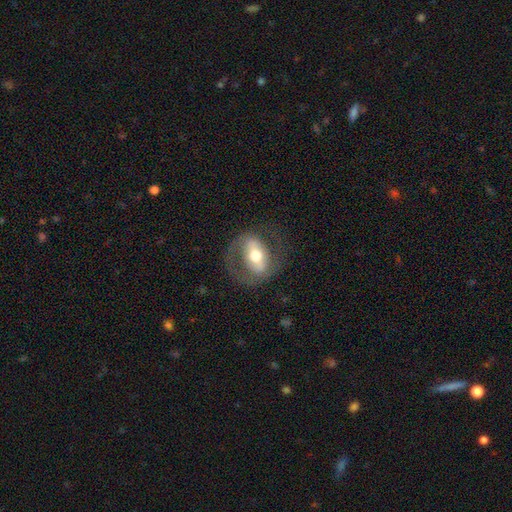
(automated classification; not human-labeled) featured or disk 61%, smooth 32%, star or artifact 6%. Down the decision tree: edge-on disk — no (89%); bar — strong (46%); spiral arms — no (55%); bulge size — moderate (67%); merging — none (67%).